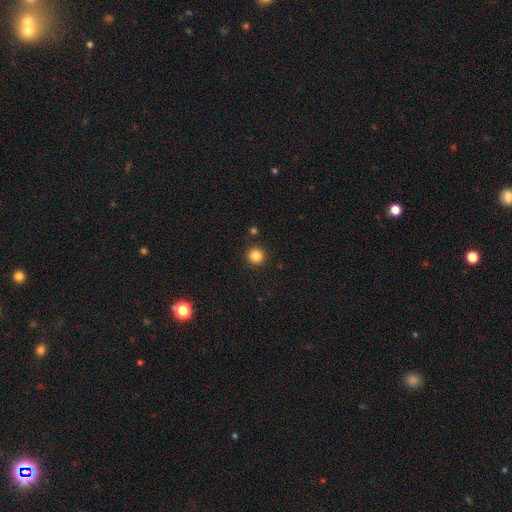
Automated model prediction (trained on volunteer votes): Q: Smooth or featured?
A: smooth (84%); runner-up: star or artifact (12%)
Q: How rounded?
A: round (95%); runner-up: in between (4%)
Q: Merging?
A: none (91%); runner-up: minor disturbance (5%)